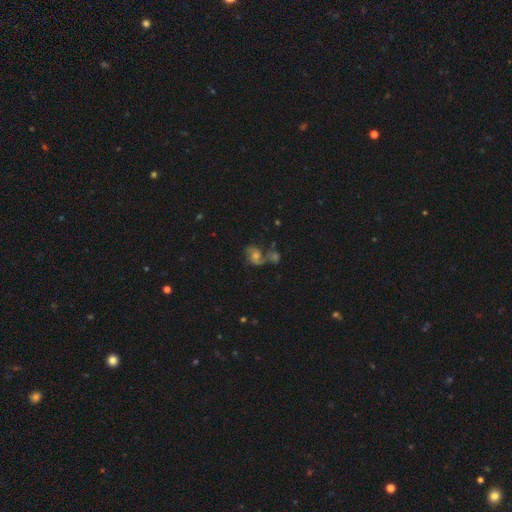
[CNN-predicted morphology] This is possibly a featured or disk galaxy (59%). It is clearly not viewed edge-on (97%). Bar: likely no (62%). Spiral arm pattern: clearly yes (85%). Central bulge: possibly moderate (53%). Merging: marginally none (41%).